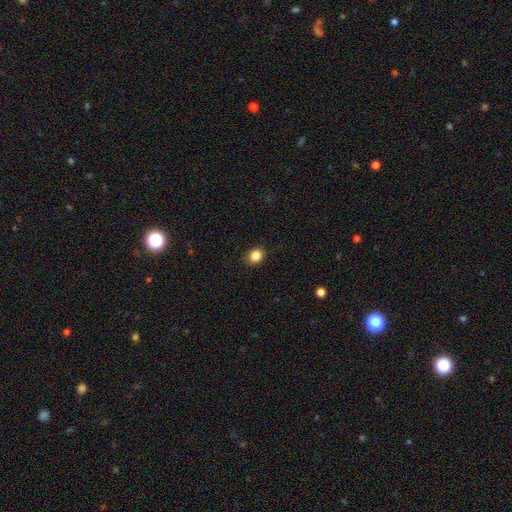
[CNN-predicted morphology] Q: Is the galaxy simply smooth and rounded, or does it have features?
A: smooth — 86%.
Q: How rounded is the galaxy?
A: round — 63%.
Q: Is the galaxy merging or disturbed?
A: none — 86%.